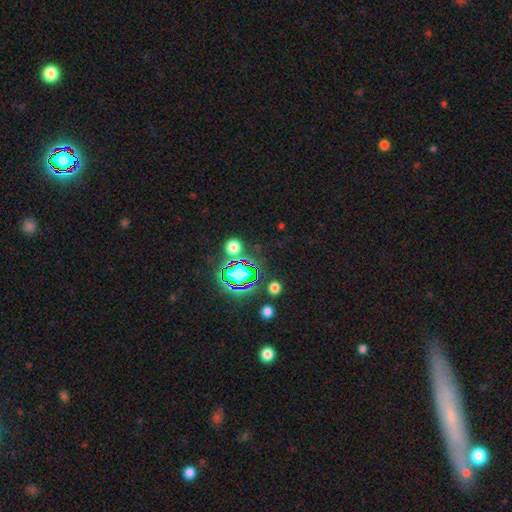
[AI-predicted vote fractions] Smooth or featured?
  - star or artifact: 79% *
  - smooth: 13%
  - featured or disk: 8%